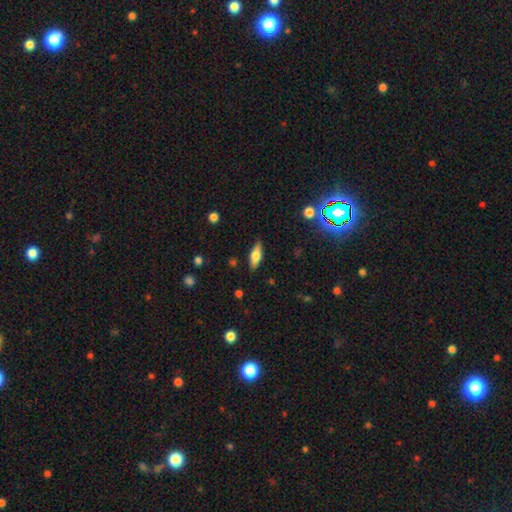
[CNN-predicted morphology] This appears to be a smooth galaxy with no disk features (59%) that is in between round and cigar-shaped (65%). Merging: none (86%).